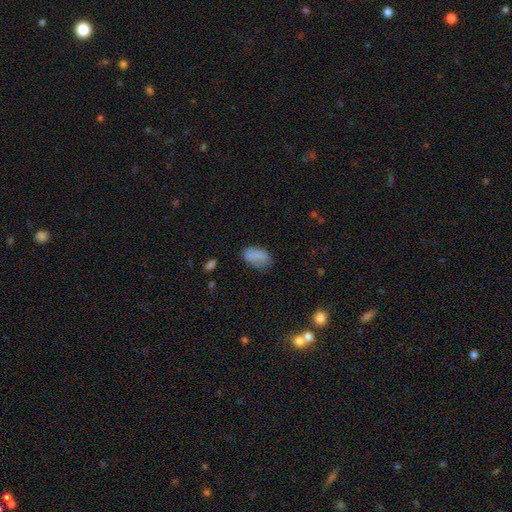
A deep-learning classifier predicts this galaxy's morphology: This appears to be a smooth galaxy with no disk features (82%) that is in between round and cigar-shaped (91%). Merging: none (61%).